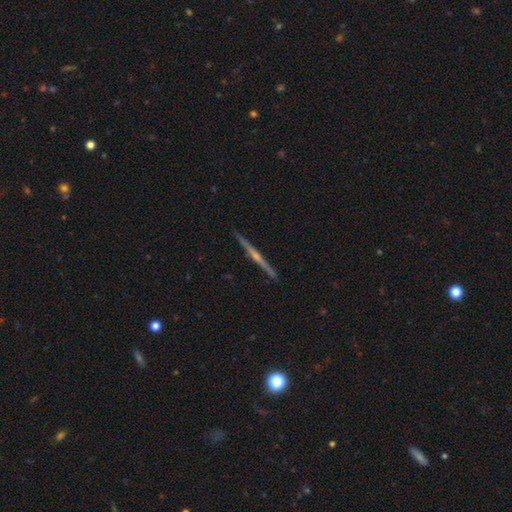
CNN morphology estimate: This appears to be a featured or disk galaxy (71%) viewed edge-on (96%) with a rounded central bulge (70%). Merging: none (88%).